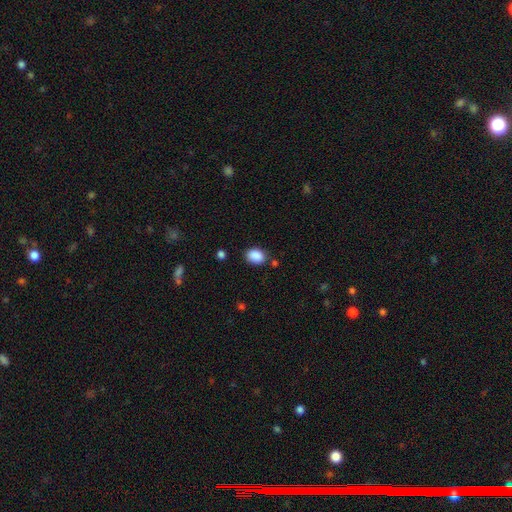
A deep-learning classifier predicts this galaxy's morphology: This appears to be a smooth galaxy with no disk features (89%) that is in between round and cigar-shaped (68%). Merging: none (80%).